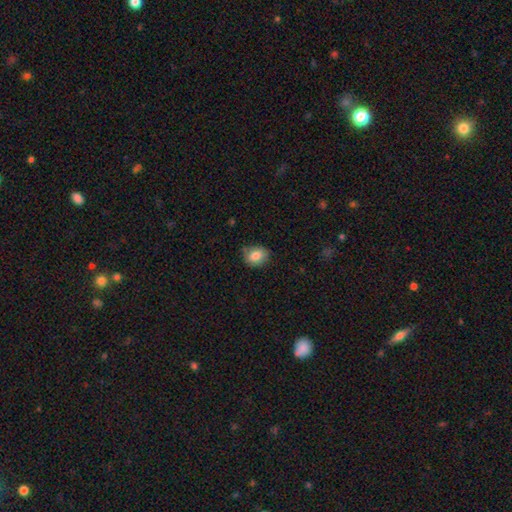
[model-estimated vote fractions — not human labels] smooth_or_featured: smooth (p=0.83) [alt: featured or disk p=0.09]
how_rounded: round (p=0.58) [alt: in between p=0.41]
merging: none (p=0.73) [alt: minor disturbance p=0.22]